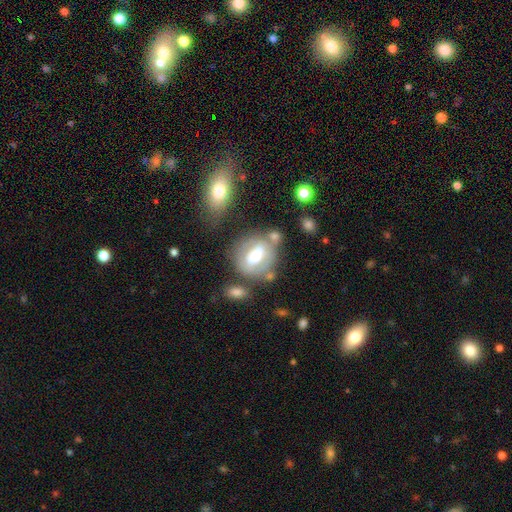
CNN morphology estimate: This is possibly a featured or disk galaxy (56%). It is clearly not viewed edge-on (93%). Bar: marginally no (38%). Spiral arm pattern: likely no (65%). Central bulge: likely moderate (69%). Merging: possibly none (53%).